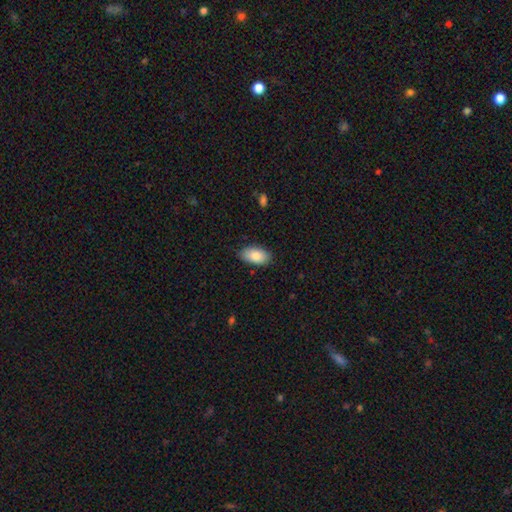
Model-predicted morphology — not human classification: Smooth or featured? smooth (85%)
How rounded? in between (94%)
Merging? none (83%)